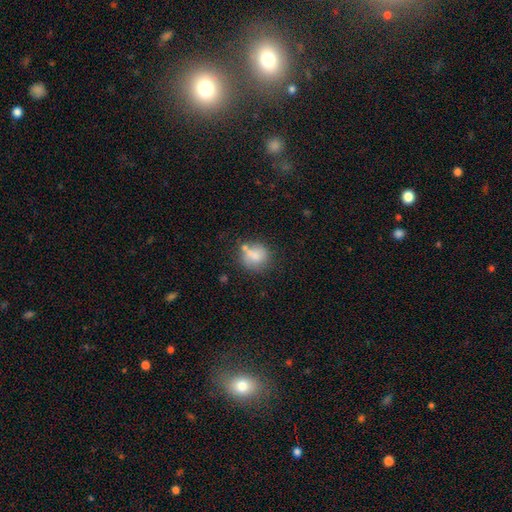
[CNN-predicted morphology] Smooth or featured? smooth (74%)
How rounded? round (77%)
Merging? none (56%)